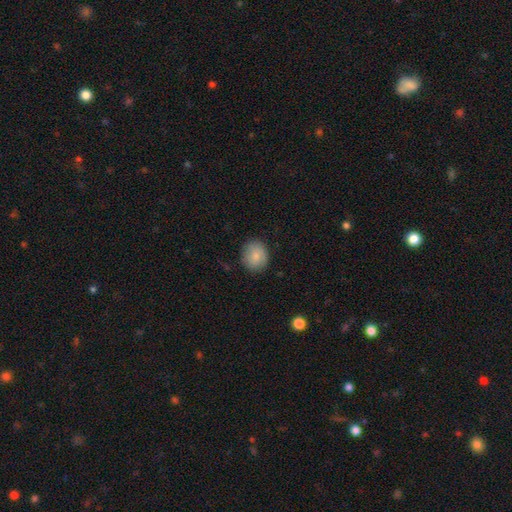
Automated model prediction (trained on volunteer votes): This appears to be a smooth galaxy with no disk features (85%) that is round (71%). Merging: none (85%).